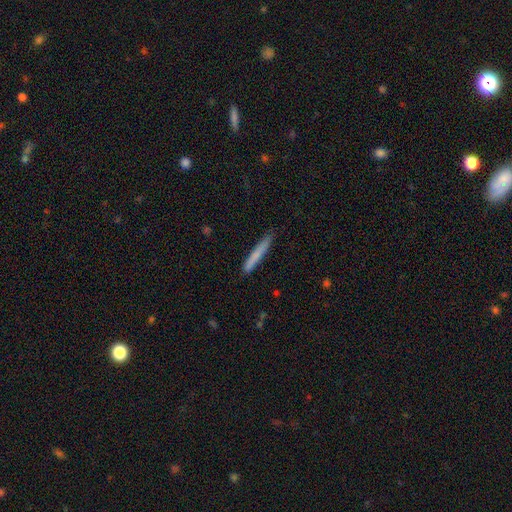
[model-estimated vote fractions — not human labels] Morphology: type=smooth (75%); roundness=cigar-shaped (96%); merging=none (86%).